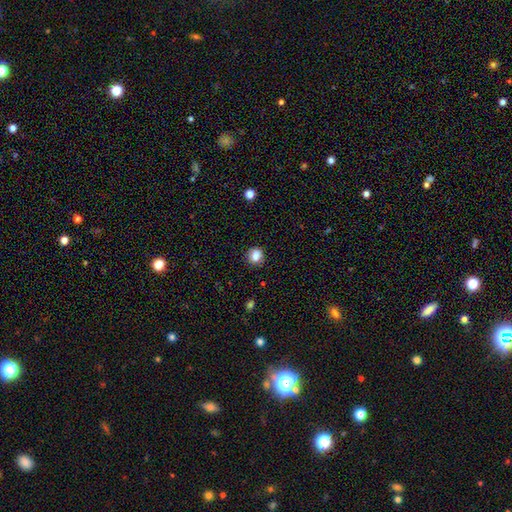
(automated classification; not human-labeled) Smooth or featured: smooth — 84% (star or artifact — 11%)
How rounded: round — 74% (in between — 25%)
Merging: none — 86% (minor disturbance — 10%)